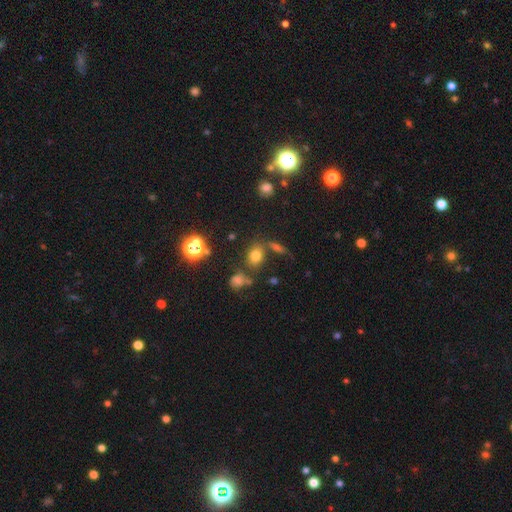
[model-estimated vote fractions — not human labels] This appears to be a smooth galaxy with no disk features (72%) that is in between round and cigar-shaped (60%). Merging: none (70%).